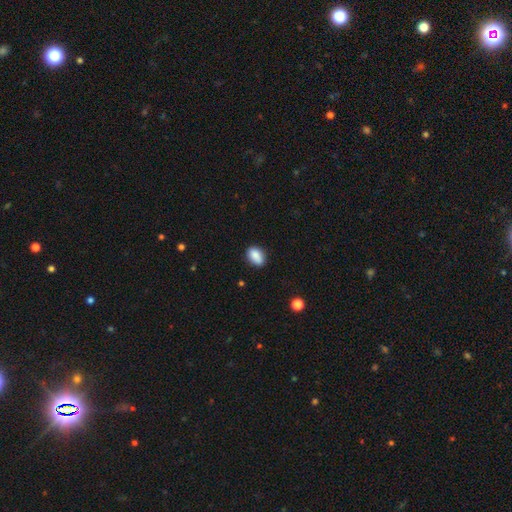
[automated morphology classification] Smooth or featured: smooth — 87% (star or artifact — 8%)
How rounded: in between — 84% (round — 14%)
Merging: none — 81% (minor disturbance — 15%)